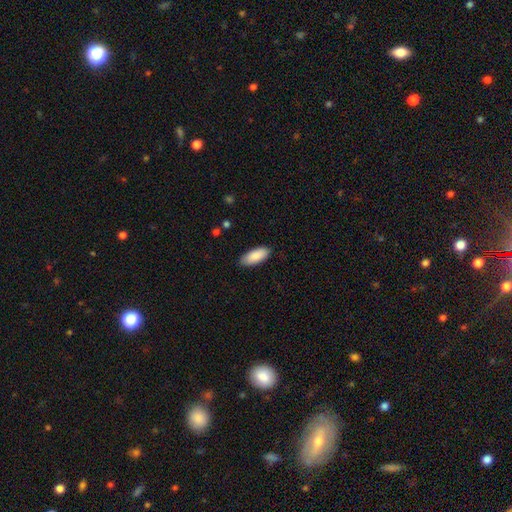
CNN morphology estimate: Smooth or featured? Predicted: smooth (p=0.89). How rounded? Predicted: in between (p=0.83). Merging? Predicted: none (p=0.88).